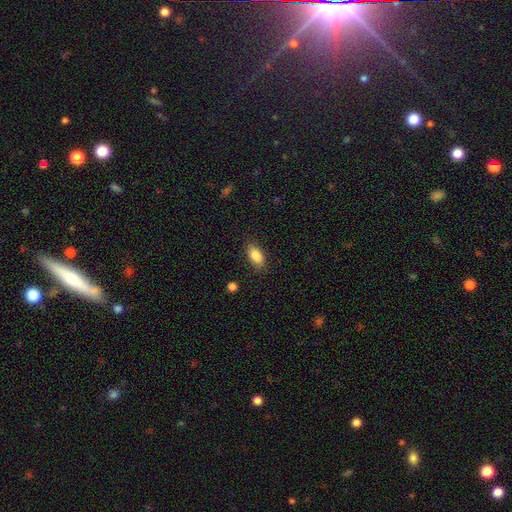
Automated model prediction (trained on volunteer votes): Smooth or featured?
  - smooth: 87% *
  - star or artifact: 8%
  - featured or disk: 6%
How rounded?
  - in between: 89% *
  - cigar-shaped: 6%
  - round: 4%
Merging?
  - none: 83% *
  - minor disturbance: 12%
  - major disturbance: 3%
  - merger: 1%